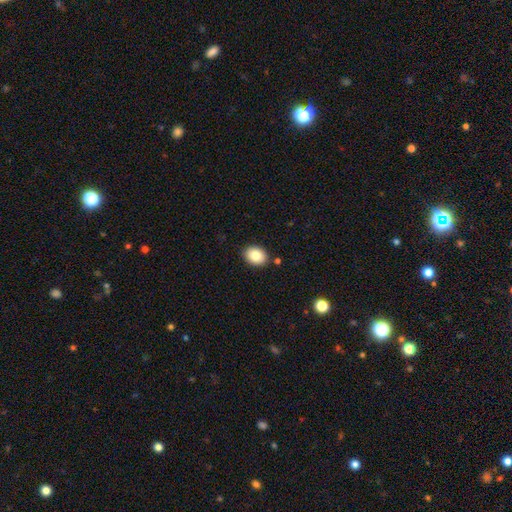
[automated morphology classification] type=smooth (84%); roundness=in between (62%); merging=none (87%).